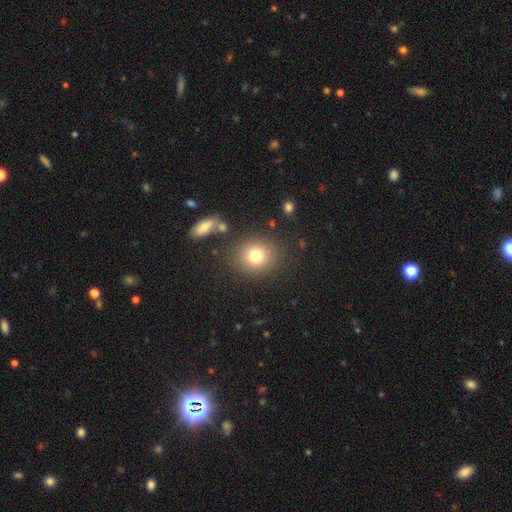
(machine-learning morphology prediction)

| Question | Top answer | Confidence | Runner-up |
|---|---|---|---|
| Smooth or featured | smooth | 77% | star or artifact (13%) |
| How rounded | round | 81% | in between (18%) |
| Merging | none | 83% | minor disturbance (9%) |